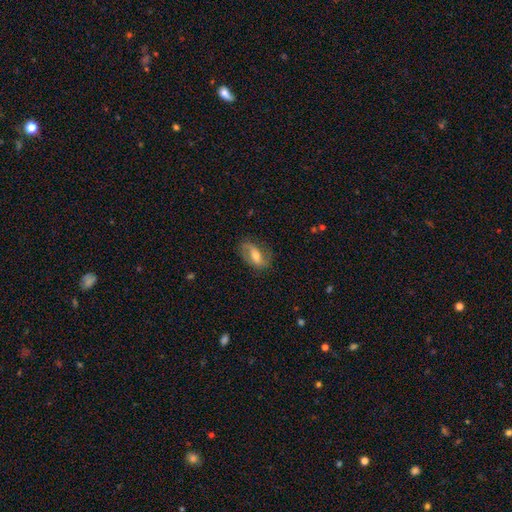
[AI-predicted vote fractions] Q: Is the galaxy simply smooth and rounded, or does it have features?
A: featured or disk — 62%.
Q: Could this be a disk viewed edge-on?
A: no — 92%.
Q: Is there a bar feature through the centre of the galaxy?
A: weak — 40%.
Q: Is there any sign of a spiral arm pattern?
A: yes — 83%.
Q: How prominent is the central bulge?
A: moderate — 63%.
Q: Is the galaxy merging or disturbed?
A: none — 75%.